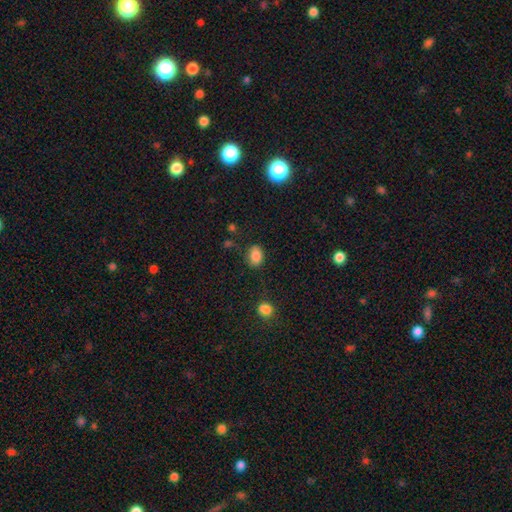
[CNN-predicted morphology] The model was most divided on "how rounded": in between: 73%, round: 25%, cigar-shaped: 1%. More confident: smooth or featured — smooth (85%); merging — none (73%).